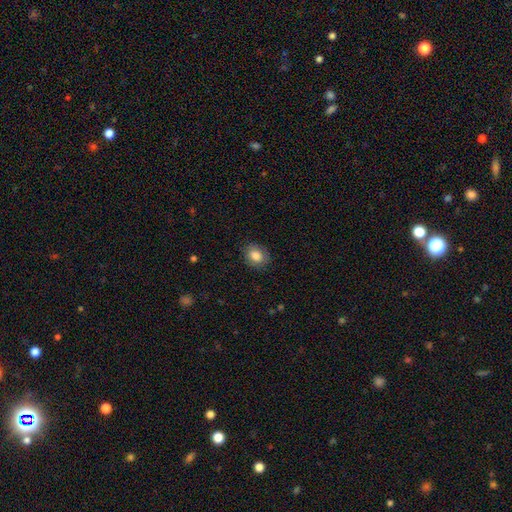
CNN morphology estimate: A smooth galaxy with no disk features (83%) that is in between round and cigar-shaped (55%). Merging: none (84%).